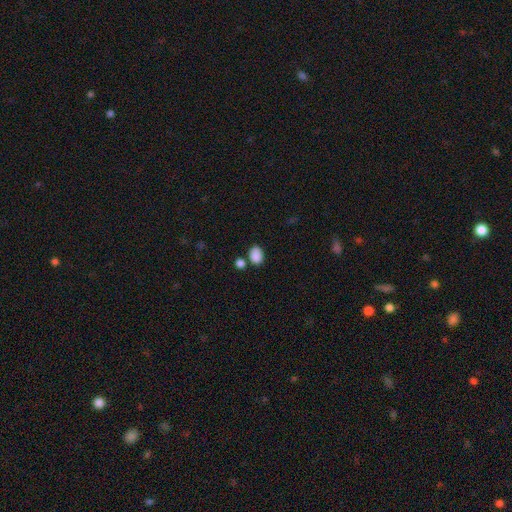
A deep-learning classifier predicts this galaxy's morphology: Overall: smooth (87%). How rounded: in between (74%). Merging: none (69%).